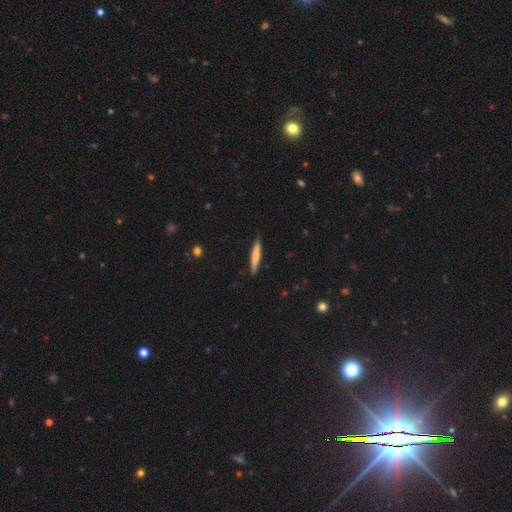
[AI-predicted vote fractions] smooth-or-featured: smooth: 71% | featured or disk: 23% | star or artifact: 6%
  how-rounded: cigar-shaped: 93% | in between: 6% | round: 1%
  merging: none: 87% | minor disturbance: 10% | major disturbance: 2% | merger: 1%